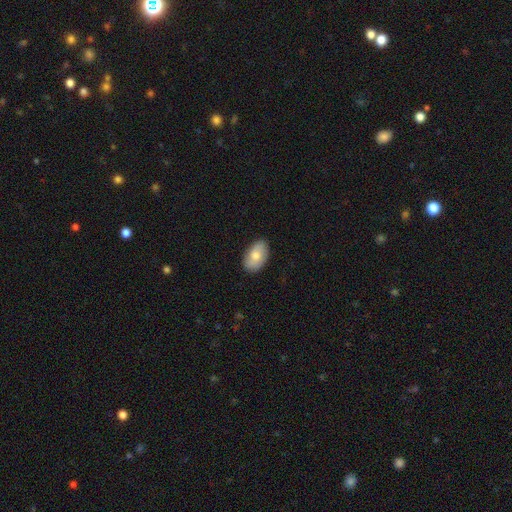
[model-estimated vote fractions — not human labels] smooth_or_featured: smooth (p=0.74) [alt: featured or disk p=0.20]
how_rounded: in between (p=0.93) [alt: round p=0.06]
merging: none (p=0.84) [alt: minor disturbance p=0.13]